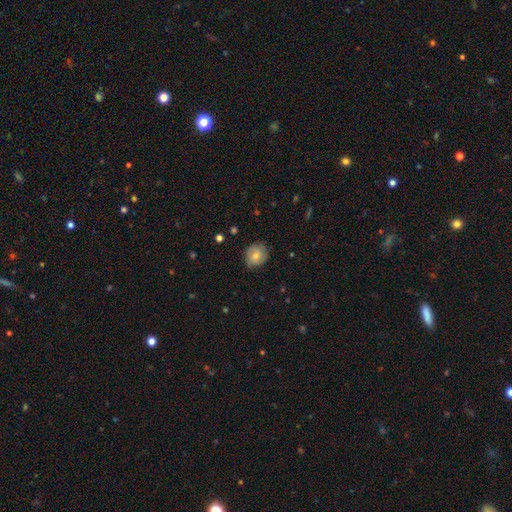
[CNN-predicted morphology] This appears to be a smooth galaxy with no disk features (61%) that is round (76%). Merging: none (76%).